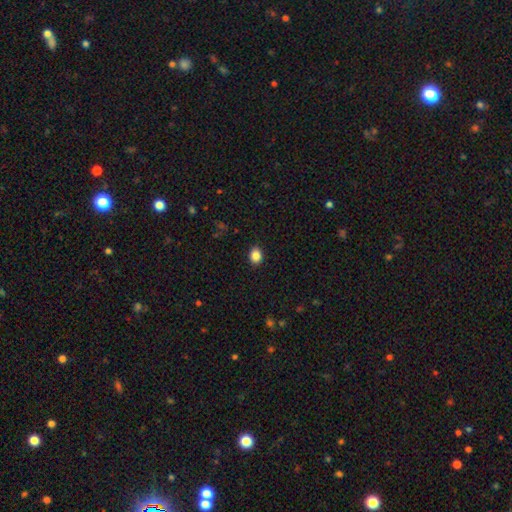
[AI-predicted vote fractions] This is clearly a smooth galaxy (87%). How rounded: possibly in between (54%). Merging: clearly none (90%).